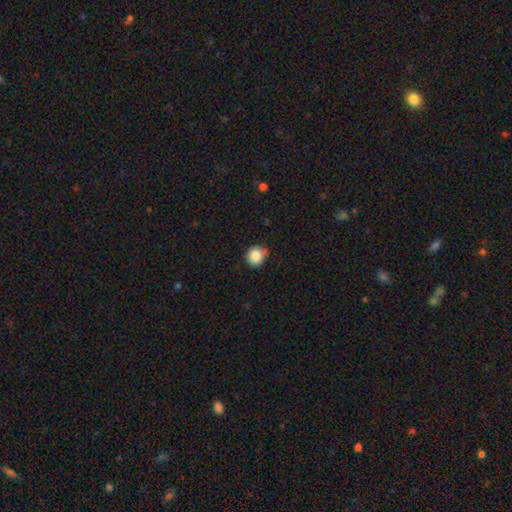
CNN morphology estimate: The model was most divided on "merging": none: 75%, minor disturbance: 18%, merger: 4%, major disturbance: 3%. More confident: how rounded — round (88%); smooth or featured — smooth (86%).